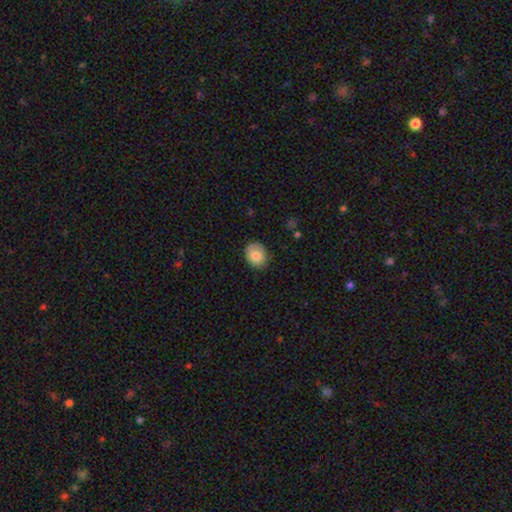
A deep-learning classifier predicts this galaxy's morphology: This is likely a smooth galaxy (78%). How rounded: possibly in between (52%). Merging: likely none (78%).